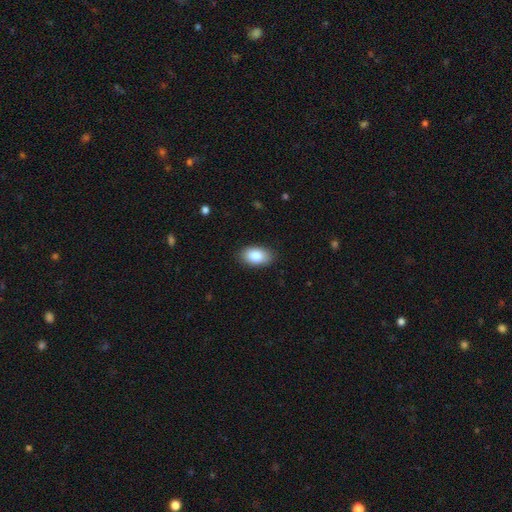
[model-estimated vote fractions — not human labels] This is clearly a smooth galaxy (85%). How rounded: clearly in between (91%). Merging: clearly none (87%).